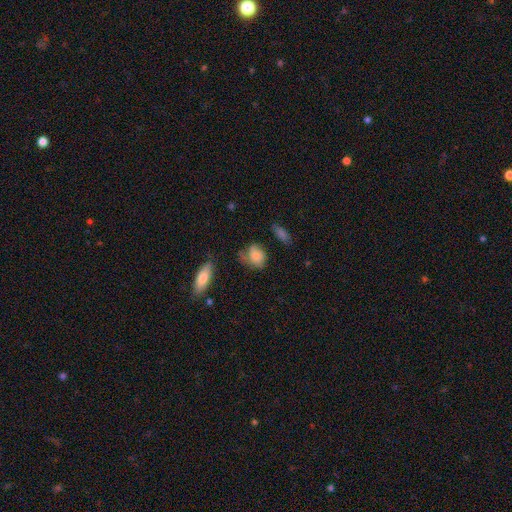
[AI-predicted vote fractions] This is likely a smooth galaxy (72%). How rounded: possibly in between (57%). Merging: marginally none (42%).